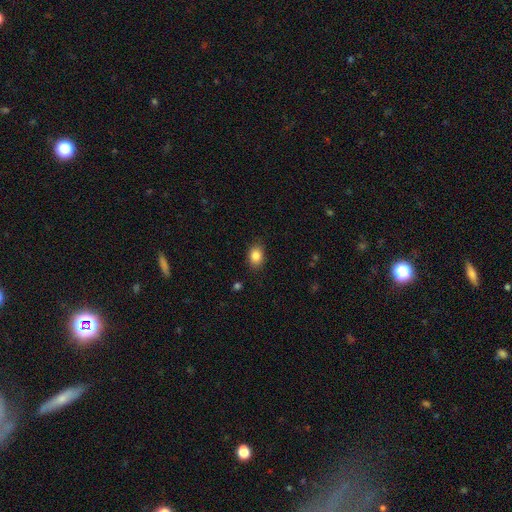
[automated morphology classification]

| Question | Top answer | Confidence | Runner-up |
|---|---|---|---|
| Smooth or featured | smooth | 86% | star or artifact (9%) |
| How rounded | in between | 73% | round (26%) |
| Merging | none | 86% | minor disturbance (10%) |